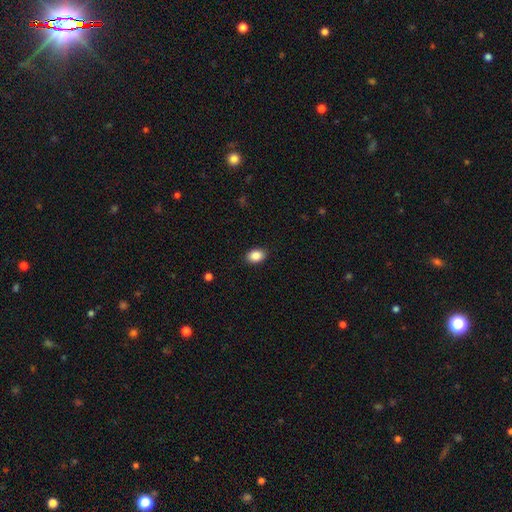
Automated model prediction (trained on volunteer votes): This is clearly a smooth galaxy (88%). How rounded: likely in between (77%). Merging: clearly none (89%).